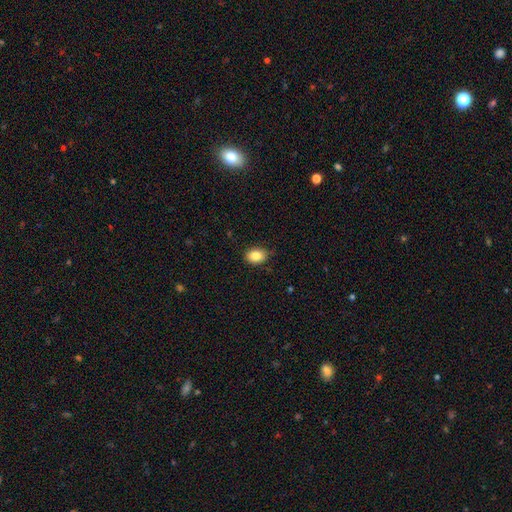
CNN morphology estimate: A smooth galaxy with no disk features (86%) that is in between round and cigar-shaped (69%).

Vote fractions:
- Smooth or featured? smooth: 86% / star or artifact: 9% / featured or disk: 6%
- How rounded? in between: 69% / round: 30% / cigar-shaped: 1%
- Merging? none: 82% / minor disturbance: 14% / major disturbance: 2% / merger: 1%